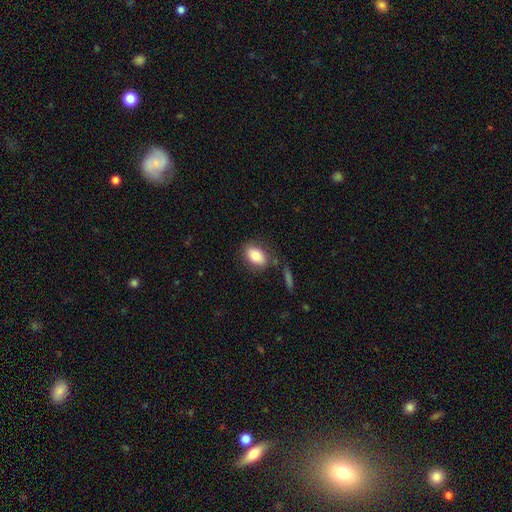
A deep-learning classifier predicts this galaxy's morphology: Smooth or featured: smooth — 83% (featured or disk — 10%)
How rounded: in between — 86% (round — 11%)
Merging: none — 74% (minor disturbance — 15%)